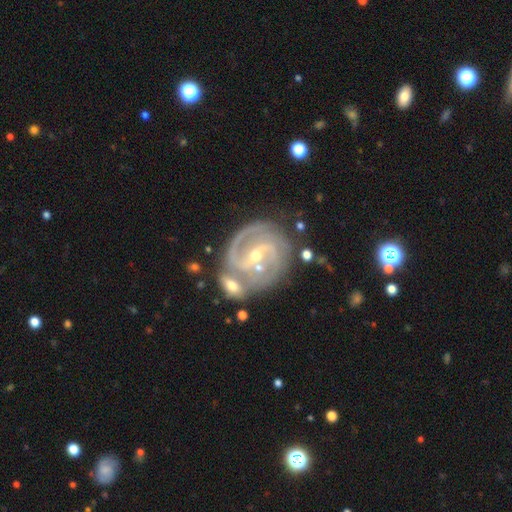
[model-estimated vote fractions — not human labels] Overall: featured or disk (91%). Edge-on disk: no (97%). Bar: strong (47%; weak 39%). Spiral arms: yes (97%). Spiral arm count: 2 (69%). Spiral winding: tight (52%; medium 41%). Bulge size: small (59%; moderate 39%). Merging: none (55%; merger 23%).